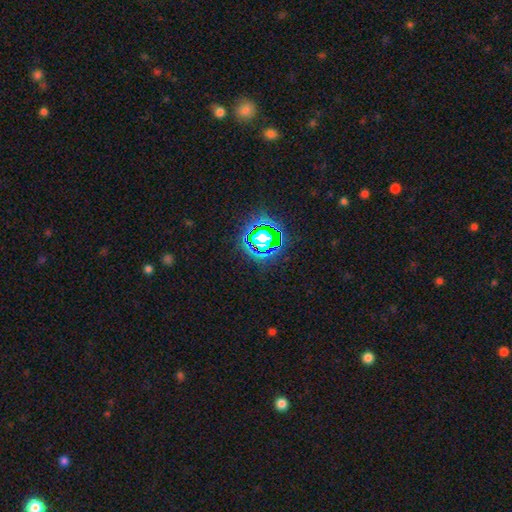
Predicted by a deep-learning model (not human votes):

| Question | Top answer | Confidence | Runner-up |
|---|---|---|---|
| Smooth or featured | star or artifact | 79% | smooth (14%) |